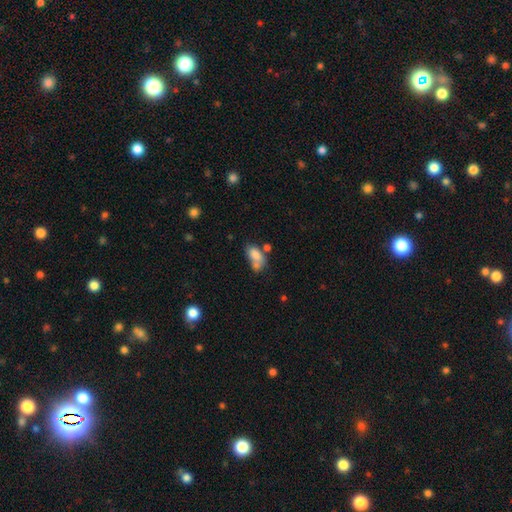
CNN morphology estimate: A smooth galaxy with no disk features (75%) that is in between round and cigar-shaped (87%). Merging: merger (44%).